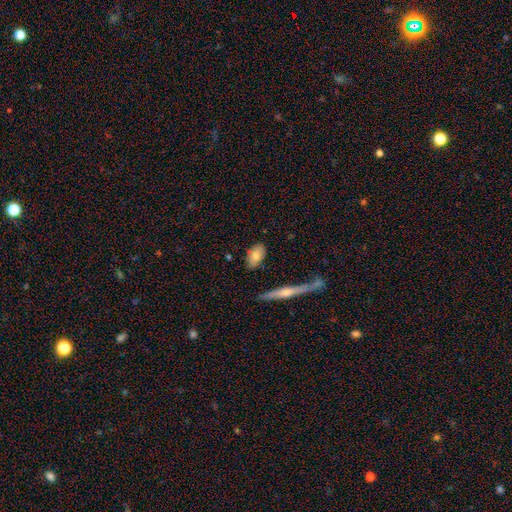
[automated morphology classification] This appears to be a smooth galaxy with no disk features (76%) that is in between round and cigar-shaped (87%). Merging: none (77%).